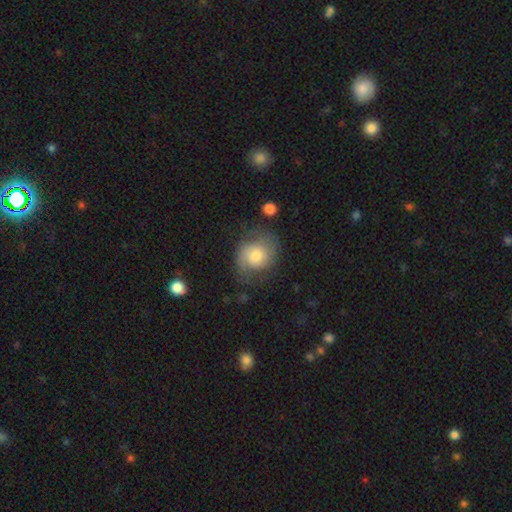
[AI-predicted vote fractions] Smooth or featured?
  - featured or disk: 57% *
  - smooth: 35%
  - star or artifact: 8%
Edge-on disk?
  - no: 97% *
  - yes: 3%
Bar?
  - no: 69% *
  - weak: 27%
  - strong: 4%
Spiral arms?
  - yes: 88% *
  - no: 12%
Bulge size?
  - moderate: 54% *
  - small: 32%
  - large: 10%
  - none: 2%
  - dominant: 2%
Merging?
  - none: 61% *
  - minor disturbance: 23%
  - major disturbance: 14%
  - merger: 3%